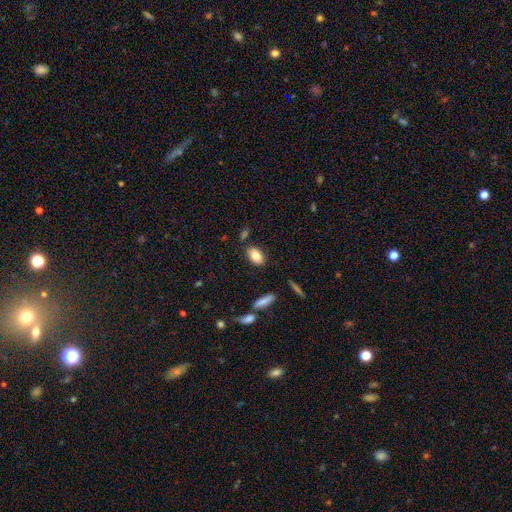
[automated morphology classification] smooth_or_featured: smooth (p=0.83) [alt: featured or disk p=0.09]
how_rounded: in between (p=0.90) [alt: round p=0.08]
merging: none (p=0.81) [alt: minor disturbance p=0.11]